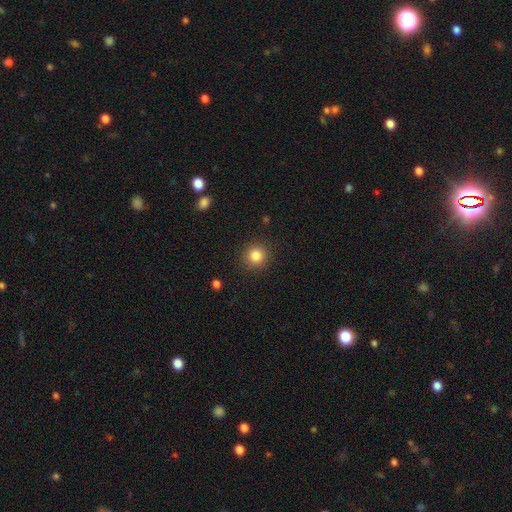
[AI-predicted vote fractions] This is clearly a smooth galaxy (84%). How rounded: clearly round (93%). Merging: clearly none (90%).